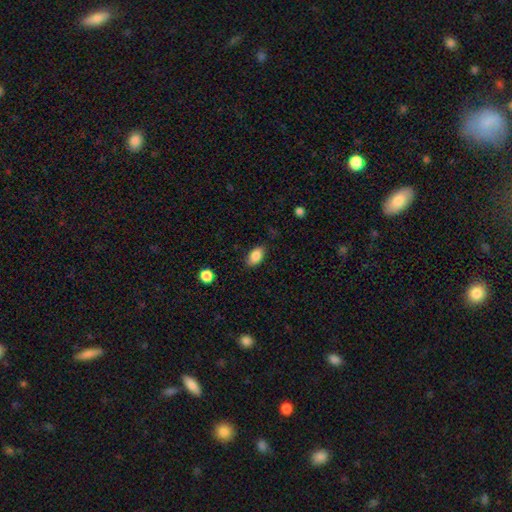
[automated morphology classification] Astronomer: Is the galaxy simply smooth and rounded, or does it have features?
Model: smooth — 86%.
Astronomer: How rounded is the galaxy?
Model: in between — 91%.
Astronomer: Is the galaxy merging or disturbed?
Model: none — 81%.